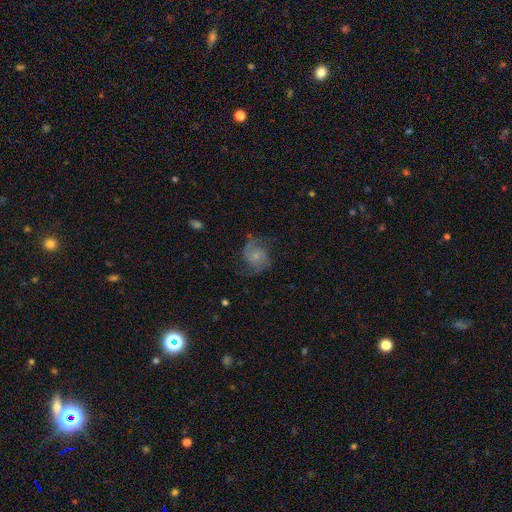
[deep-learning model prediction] smooth_or_featured: featured or disk (p=0.73) [alt: smooth p=0.19]
disk_edge_on: no (p=0.98) [alt: yes p=0.02]
bar: no (p=0.69) [alt: weak p=0.27]
has_spiral_arms: yes (p=0.93) [alt: no p=0.07]
spiral_winding: medium (p=0.49) [alt: loose p=0.33]
spiral_arm_count: 2 (p=0.86) [alt: can't tell p=0.06]
bulge_size: small (p=0.61) [alt: moderate p=0.28]
merging: none (p=0.68) [alt: minor disturbance p=0.19]